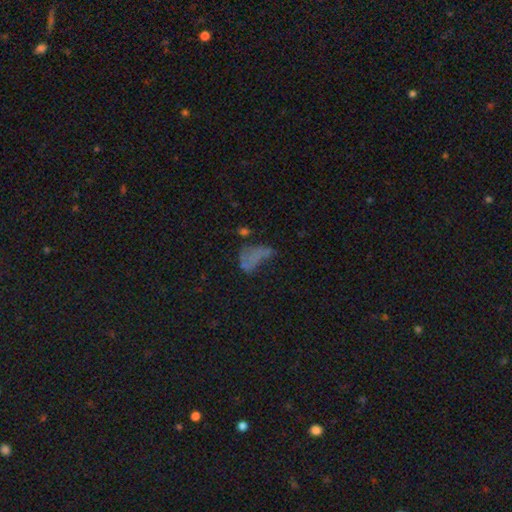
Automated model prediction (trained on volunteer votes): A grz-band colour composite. It shows a smooth galaxy with no disk features (45%). Merging: major disturbance (39%).